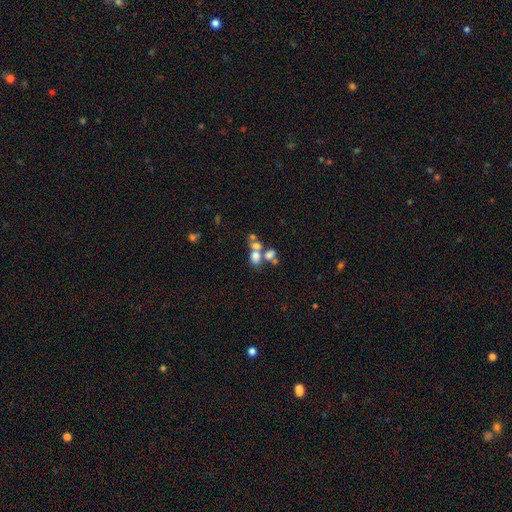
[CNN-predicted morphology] Smooth or featured? Predicted: smooth (p=0.65). How rounded? Predicted: in between (p=0.61). Merging? Predicted: merger (p=0.57).